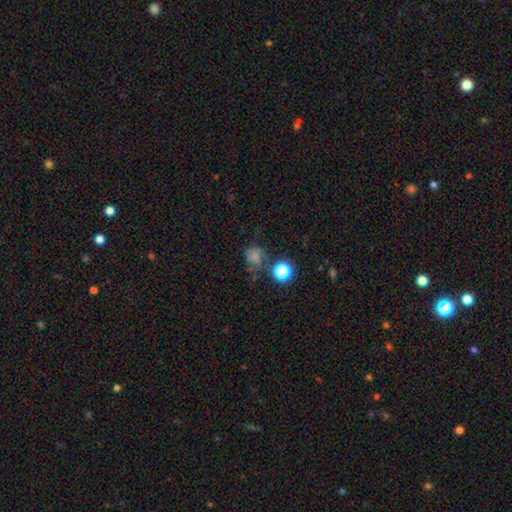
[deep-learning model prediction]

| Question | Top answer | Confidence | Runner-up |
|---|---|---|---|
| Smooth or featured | smooth | 57% | star or artifact (30%) |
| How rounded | round | 81% | in between (18%) |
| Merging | none | 59% | minor disturbance (19%) |